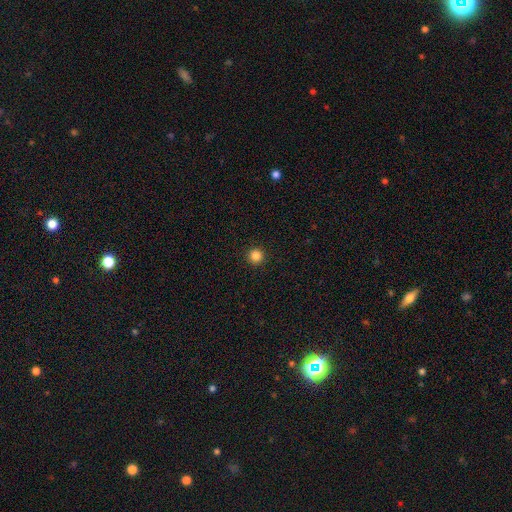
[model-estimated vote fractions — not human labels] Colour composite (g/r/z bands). It shows a smooth galaxy with no disk features (85%) that is round (96%). Merging: none (94%).